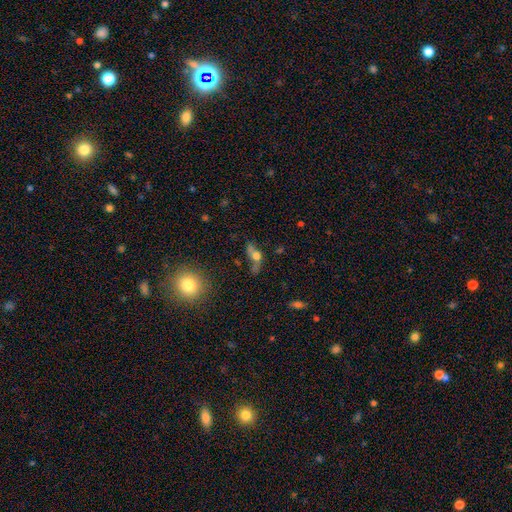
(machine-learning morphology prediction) Smooth or featured? smooth (47%)
Merging? none (41%)